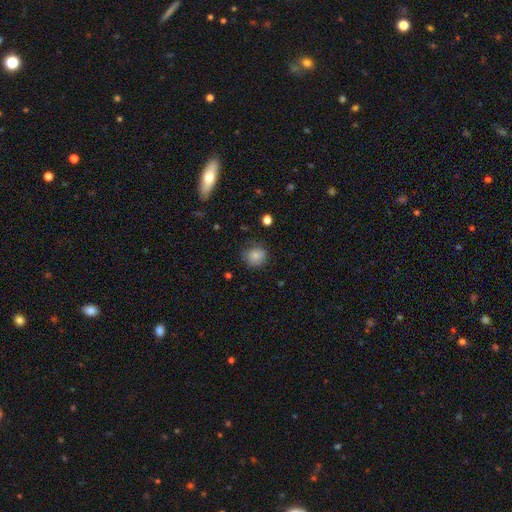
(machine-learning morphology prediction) A smooth galaxy with no disk features (82%) that is round (84%).

Vote fractions:
- Smooth or featured? smooth: 82% / star or artifact: 9% / featured or disk: 8%
- How rounded? round: 84% / in between: 15% / cigar-shaped: 1%
- Merging? none: 71% / minor disturbance: 21% / major disturbance: 7% / merger: 1%